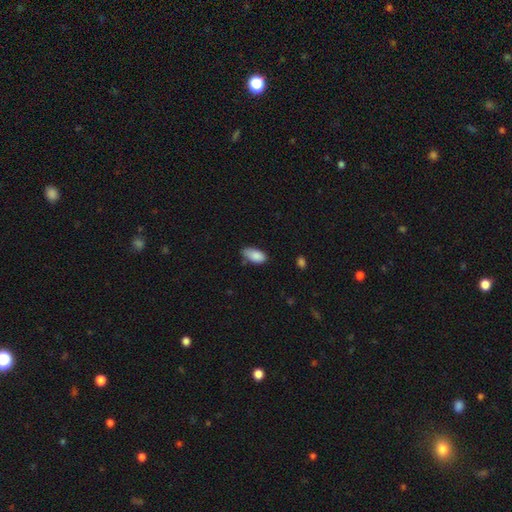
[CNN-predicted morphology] Smooth or featured? Predicted: smooth (p=0.87). How rounded? Predicted: in between (p=0.92). Merging? Predicted: none (p=0.61).